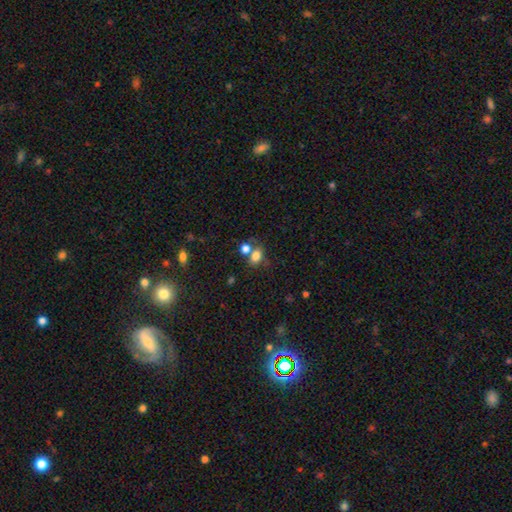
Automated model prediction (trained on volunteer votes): Overall: smooth (78%). How rounded: in between (67%; round 31%). Merging: none (47%; merger 34%).